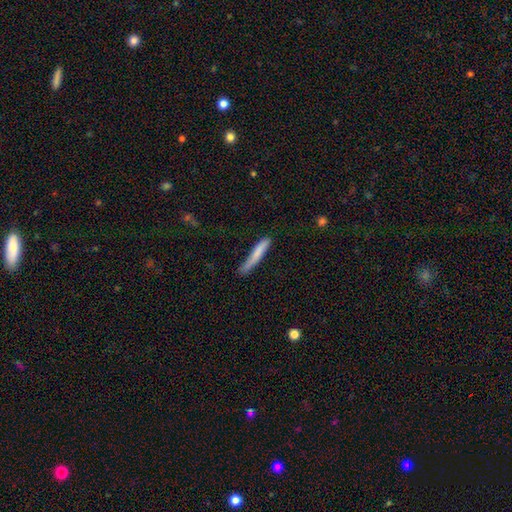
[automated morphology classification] smooth 71%, featured or disk 23%, star or artifact 7%. Down the decision tree: how rounded — cigar-shaped (95%); merging — none (70%).